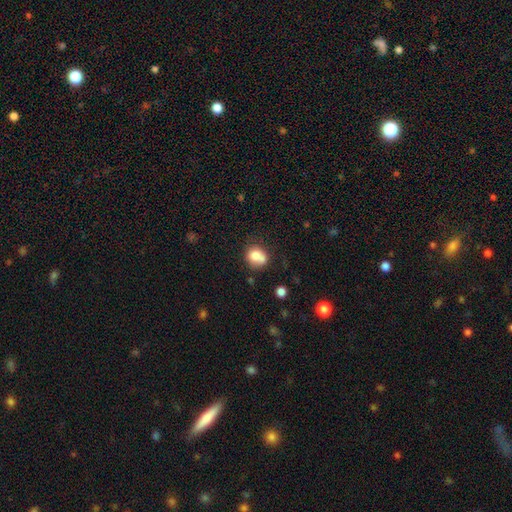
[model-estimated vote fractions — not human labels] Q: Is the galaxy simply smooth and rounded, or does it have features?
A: smooth — 77%.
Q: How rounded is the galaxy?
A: round — 68%.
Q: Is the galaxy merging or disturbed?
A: none — 46%.